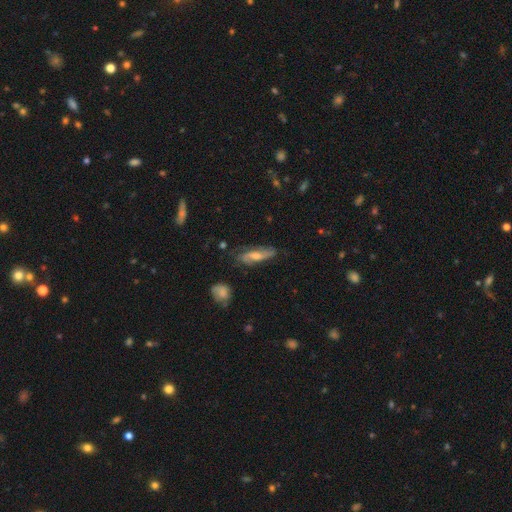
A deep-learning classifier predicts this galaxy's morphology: Smooth or featured? Predicted: featured or disk (p=0.60). Edge-on disk? Predicted: no (p=0.73). Merging? Predicted: none (p=0.70).